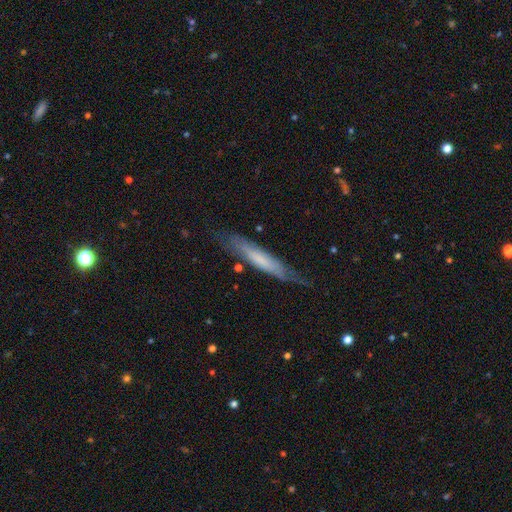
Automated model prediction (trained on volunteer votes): A featured or disk galaxy (52%) viewed edge-on (81%).

Vote fractions:
- Smooth or featured? featured or disk: 52% / smooth: 39% / star or artifact: 9%
- Edge-on disk? yes: 81% / no: 19%
- Merging? none: 77% / minor disturbance: 17% / major disturbance: 4% / merger: 2%